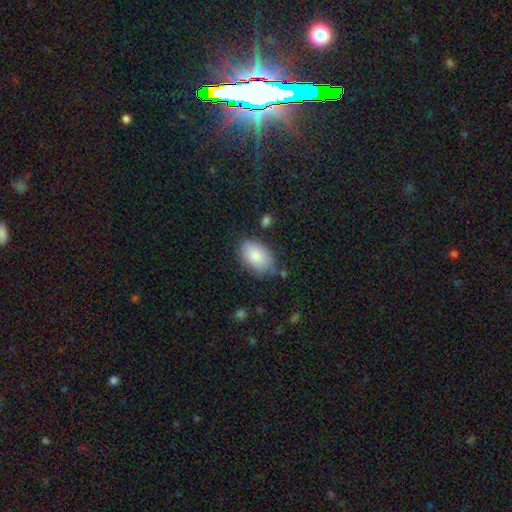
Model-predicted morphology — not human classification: Smooth or featured? smooth (83%)
How rounded? in between (92%)
Merging? none (69%)